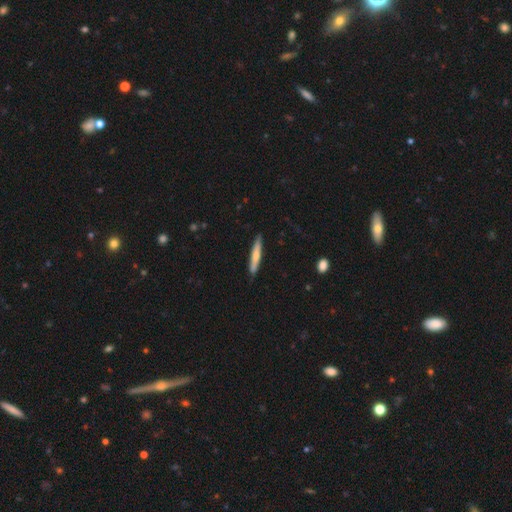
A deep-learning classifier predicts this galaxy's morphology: Smooth or featured: smooth — 60% (featured or disk — 34%)
How rounded: cigar-shaped — 93% (in between — 6%)
Merging: none — 87% (minor disturbance — 10%)